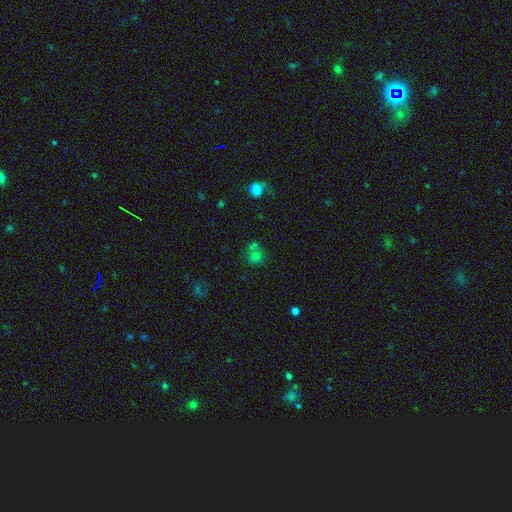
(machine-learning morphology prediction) Overall: smooth (70%). How rounded: round (87%). Merging: none (56%; merger 28%).